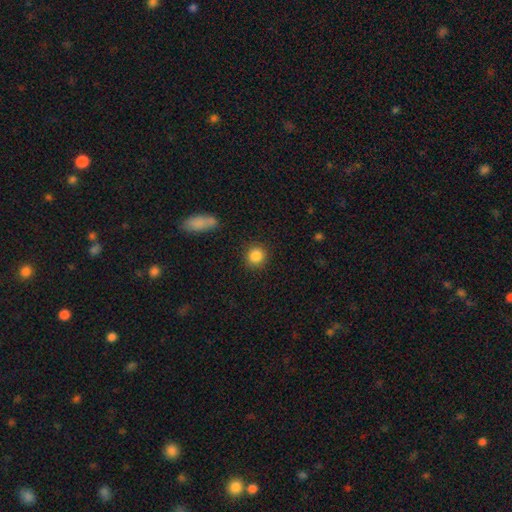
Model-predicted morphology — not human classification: Smooth or featured: smooth — 86% (star or artifact — 10%)
How rounded: round — 90% (in between — 9%)
Merging: none — 89% (minor disturbance — 7%)